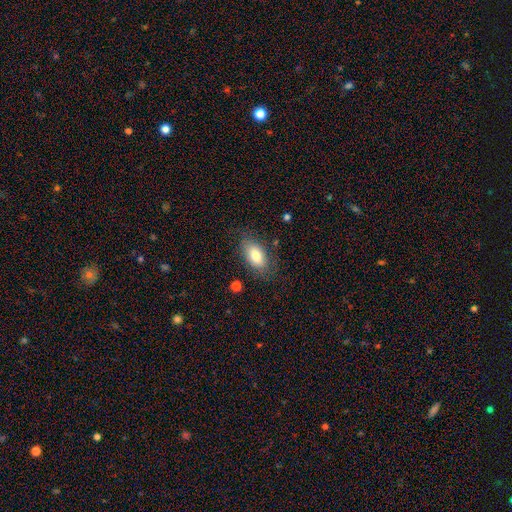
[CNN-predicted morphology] Smooth or featured? smooth (78%)
How rounded? in between (91%)
Merging? none (76%)